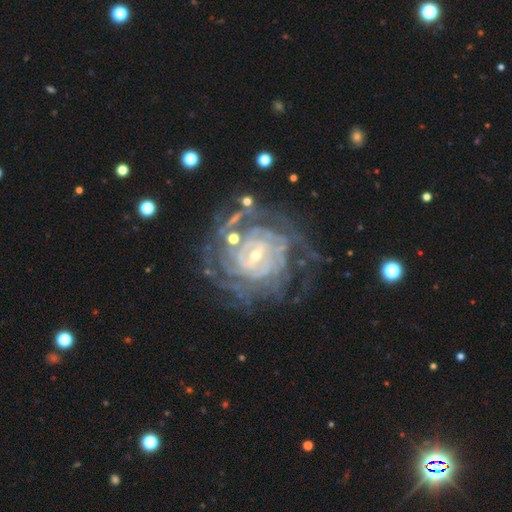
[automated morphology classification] Q: Smooth or featured?
A: featured or disk (89%); runner-up: star or artifact (6%)
Q: Edge-on disk?
A: no (97%); runner-up: yes (3%)
Q: Bar?
A: weak (51%); runner-up: strong (25%)
Q: Spiral arms?
A: yes (95%); runner-up: no (5%)
Q: Spiral winding?
A: tight (76%); runner-up: medium (19%)
Q: Spiral arm count?
A: can't tell (39%); runner-up: 4 (19%)
Q: Bulge size?
A: small (67%); runner-up: moderate (29%)
Q: Merging?
A: none (59%); runner-up: minor disturbance (18%)